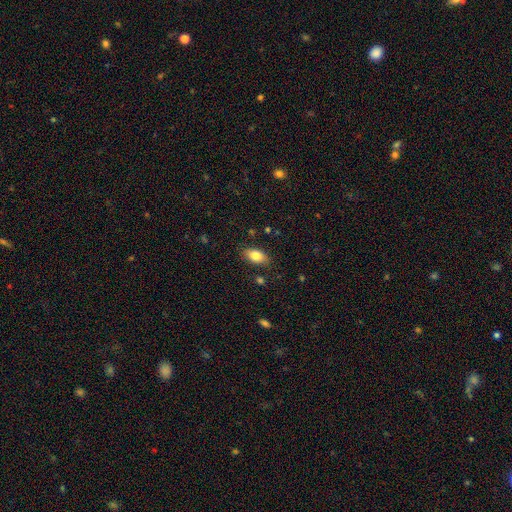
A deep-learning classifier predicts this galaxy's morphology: The model was most divided on "merging": none: 84%, minor disturbance: 11%, major disturbance: 3%, merger: 2%. More confident: how rounded — in between (91%); smooth or featured — smooth (83%).